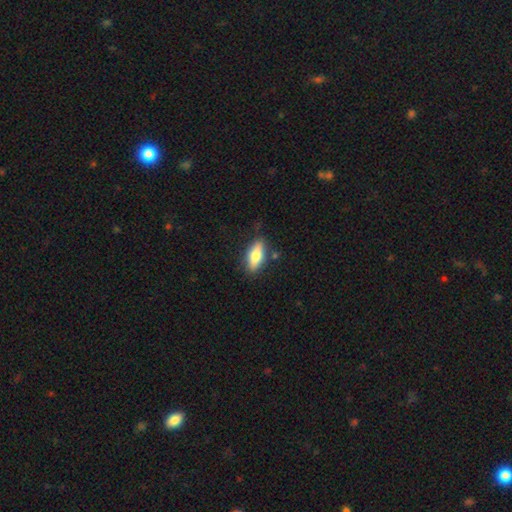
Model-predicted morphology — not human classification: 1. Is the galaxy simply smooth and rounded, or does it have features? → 65% smooth, 29% featured or disk, 7% star or artifact.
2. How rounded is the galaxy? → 70% in between, 26% cigar-shaped, 3% round.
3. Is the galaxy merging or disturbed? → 81% none, 13% minor disturbance, 3% major disturbance, 3% merger.